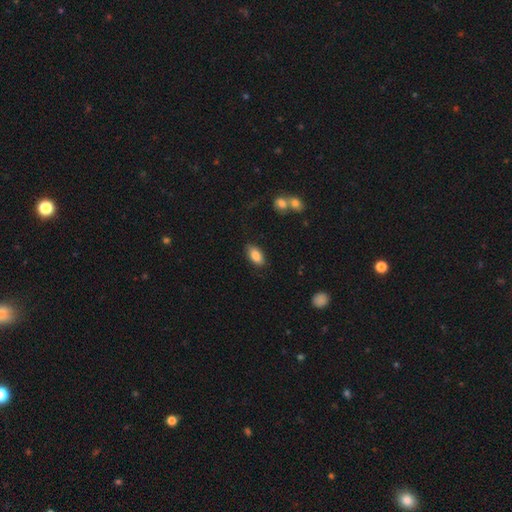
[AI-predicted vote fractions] Q: Smooth or featured?
A: smooth (84%); runner-up: featured or disk (9%)
Q: How rounded?
A: in between (92%); runner-up: cigar-shaped (4%)
Q: Merging?
A: none (85%); runner-up: minor disturbance (11%)